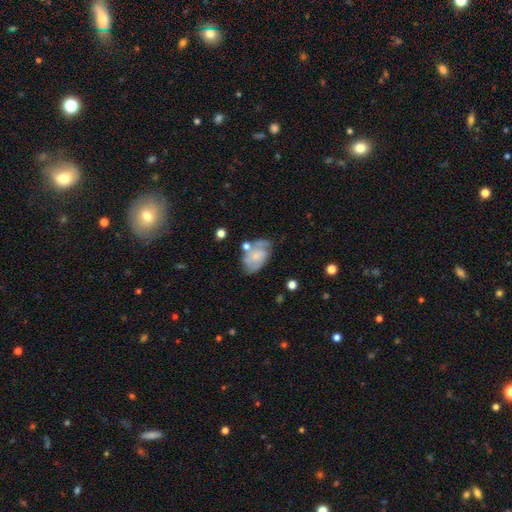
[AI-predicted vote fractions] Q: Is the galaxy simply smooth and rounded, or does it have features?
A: featured or disk — 54%.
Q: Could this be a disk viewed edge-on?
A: no — 96%.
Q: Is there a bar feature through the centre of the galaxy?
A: no — 74%.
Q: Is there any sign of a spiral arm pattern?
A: yes — 73%.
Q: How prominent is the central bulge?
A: small — 58%.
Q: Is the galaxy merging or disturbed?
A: none — 45%.